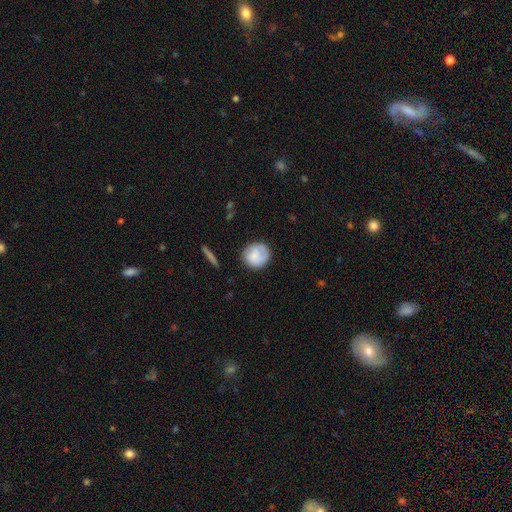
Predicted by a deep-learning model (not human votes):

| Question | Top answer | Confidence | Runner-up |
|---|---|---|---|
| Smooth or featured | smooth | 76% | featured or disk (18%) |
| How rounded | round | 85% | in between (14%) |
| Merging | none | 76% | minor disturbance (17%) |